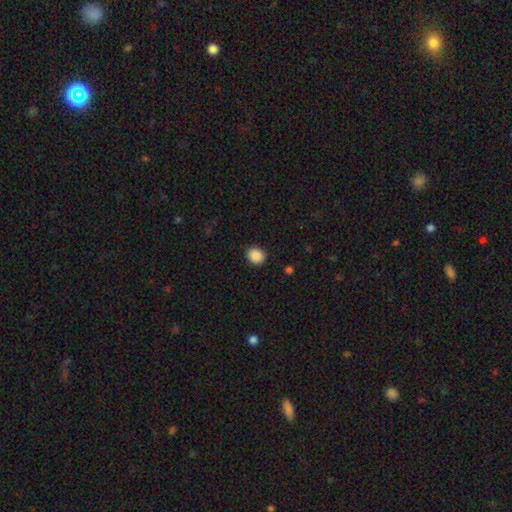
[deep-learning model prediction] Smooth or featured?
  - smooth: 89% *
  - star or artifact: 9%
  - featured or disk: 2%
How rounded?
  - round: 69% *
  - in between: 30%
  - cigar-shaped: 1%
Merging?
  - none: 89% *
  - minor disturbance: 8%
  - major disturbance: 2%
  - merger: 1%